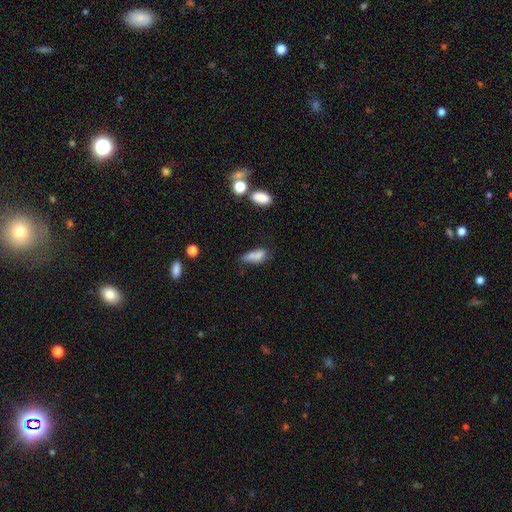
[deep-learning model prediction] Smooth or featured? Predicted: smooth (p=0.70). How rounded? Predicted: in between (p=0.72). Merging? Predicted: merger (p=0.35).